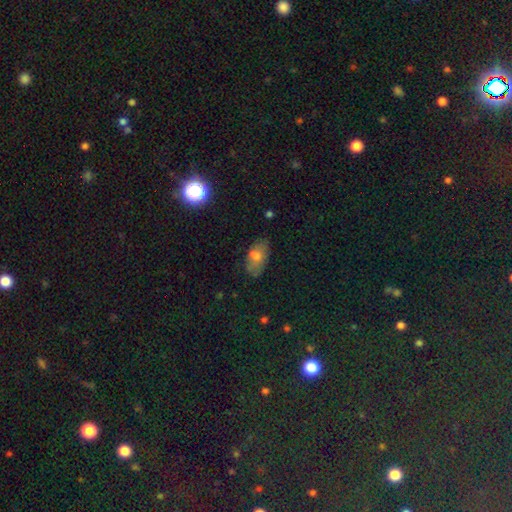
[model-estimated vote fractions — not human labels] This is likely a smooth galaxy (66%). How rounded: clearly in between (92%). Merging: possibly none (57%).